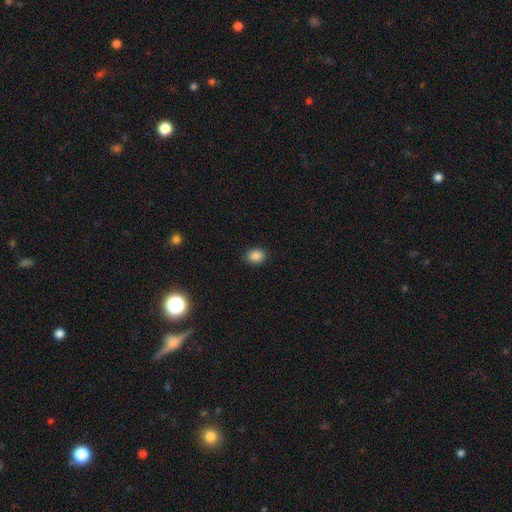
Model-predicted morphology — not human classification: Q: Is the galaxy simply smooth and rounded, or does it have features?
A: smooth — 87%.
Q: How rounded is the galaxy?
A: in between — 62%.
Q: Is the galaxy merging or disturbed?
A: none — 87%.